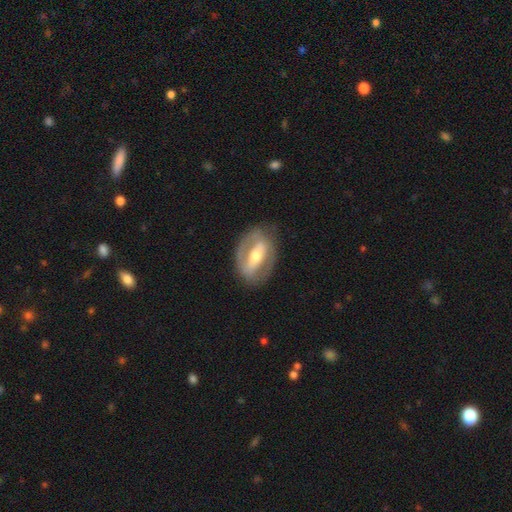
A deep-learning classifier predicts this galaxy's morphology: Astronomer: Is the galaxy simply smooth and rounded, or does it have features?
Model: featured or disk — 72%.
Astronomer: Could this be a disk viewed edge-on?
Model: no — 91%.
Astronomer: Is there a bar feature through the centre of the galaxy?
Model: strong — 61%.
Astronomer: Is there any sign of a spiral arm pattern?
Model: no — 55% (runner-up: yes, 45%).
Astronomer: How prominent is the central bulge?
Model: moderate — 63%.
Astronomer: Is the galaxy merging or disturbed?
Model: none — 76%.